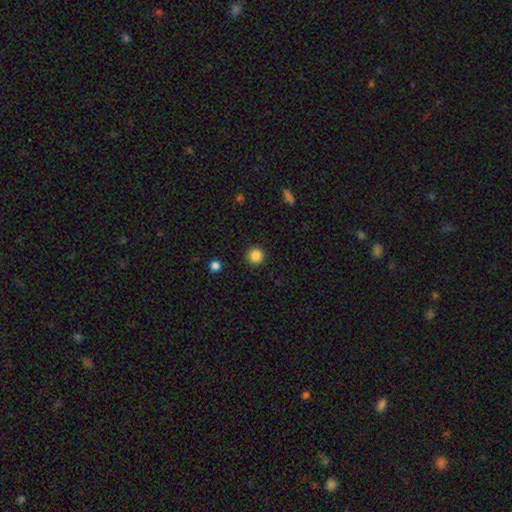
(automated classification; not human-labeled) Smooth or featured? Predicted: smooth (p=0.85). How rounded? Predicted: round (p=0.96). Merging? Predicted: none (p=0.93).